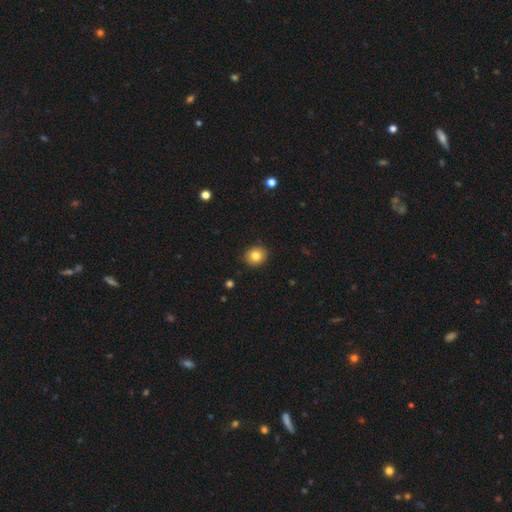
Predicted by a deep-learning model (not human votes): A smooth galaxy with no disk features (82%) that is round (76%).

Vote fractions:
- Smooth or featured? smooth: 82% / star or artifact: 10% / featured or disk: 8%
- How rounded? round: 76% / in between: 23% / cigar-shaped: 1%
- Merging? none: 89% / minor disturbance: 8% / major disturbance: 2% / merger: 1%